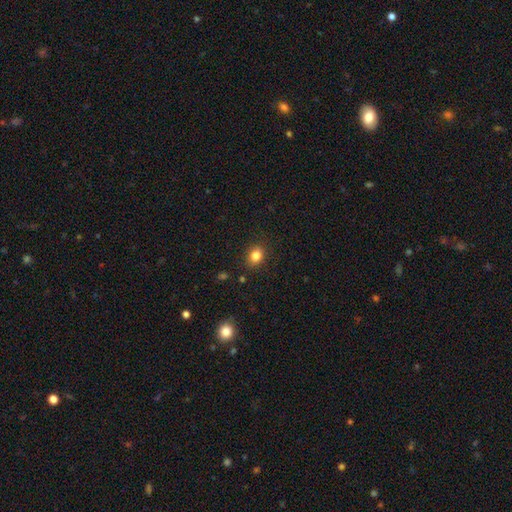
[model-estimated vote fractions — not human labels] Morphology: type=smooth (83%); roundness=round (53%); merging=none (87%).